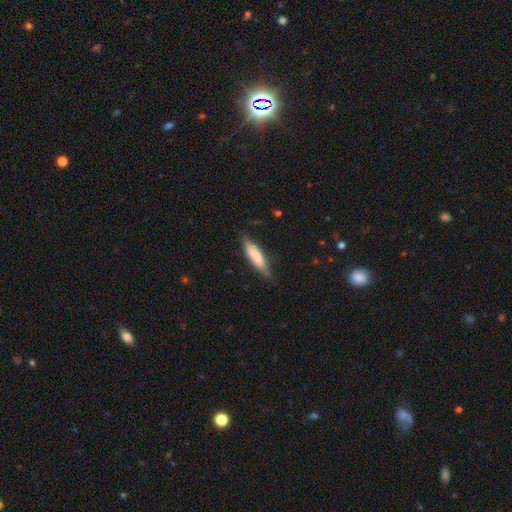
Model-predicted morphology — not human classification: type=smooth (75%); roundness=cigar-shaped (68%); merging=none (72%).